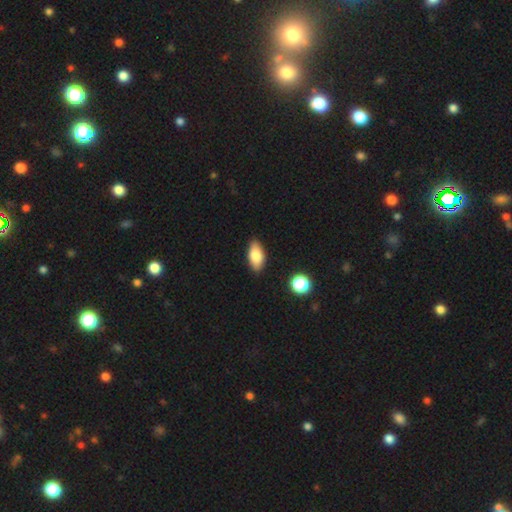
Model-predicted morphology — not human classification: Smooth or featured: smooth — 80% (featured or disk — 13%)
How rounded: in between — 91% (cigar-shaped — 6%)
Merging: none — 85% (minor disturbance — 11%)